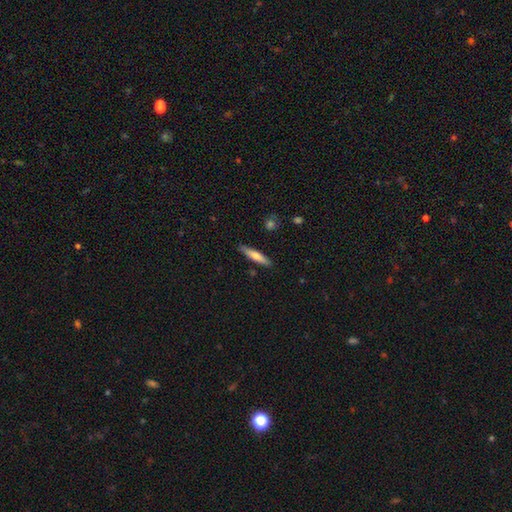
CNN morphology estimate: Smooth or featured: smooth — 61% (featured or disk — 33%)
How rounded: cigar-shaped — 87% (in between — 11%)
Merging: none — 88% (minor disturbance — 9%)